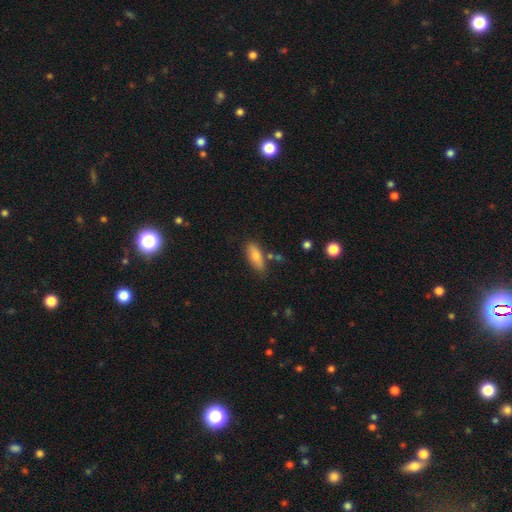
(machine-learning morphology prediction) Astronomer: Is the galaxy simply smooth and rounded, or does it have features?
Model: smooth — 75%.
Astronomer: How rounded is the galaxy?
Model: in between — 72%.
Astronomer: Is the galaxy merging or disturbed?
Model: none — 77%.